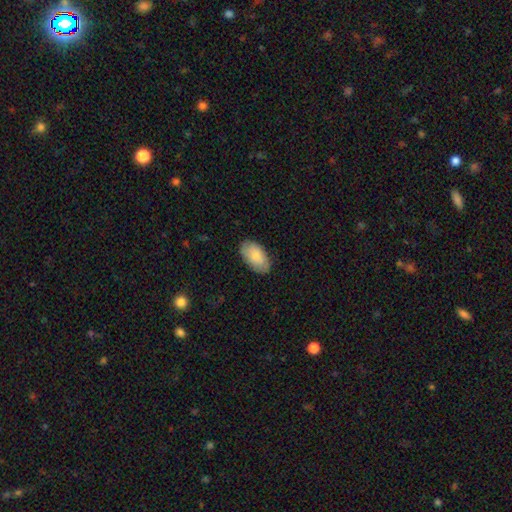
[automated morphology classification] Q: Smooth or featured?
A: smooth (80%); runner-up: featured or disk (14%)
Q: How rounded?
A: in between (95%); runner-up: round (3%)
Q: Merging?
A: none (83%); runner-up: minor disturbance (14%)